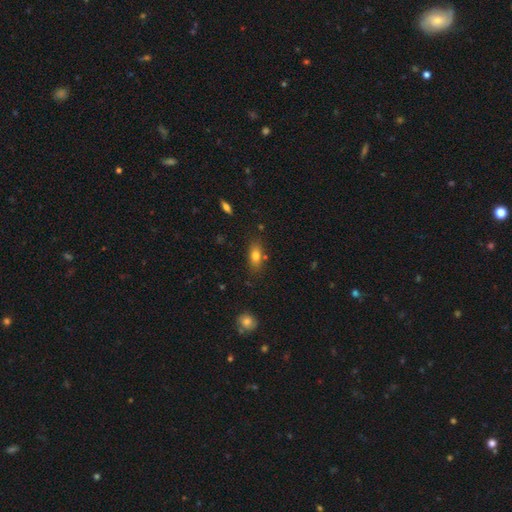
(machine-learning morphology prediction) smooth_or_featured: smooth (p=0.77) [alt: featured or disk p=0.13]
how_rounded: in between (p=0.81) [alt: cigar-shaped p=0.11]
merging: none (p=0.77) [alt: minor disturbance p=0.14]